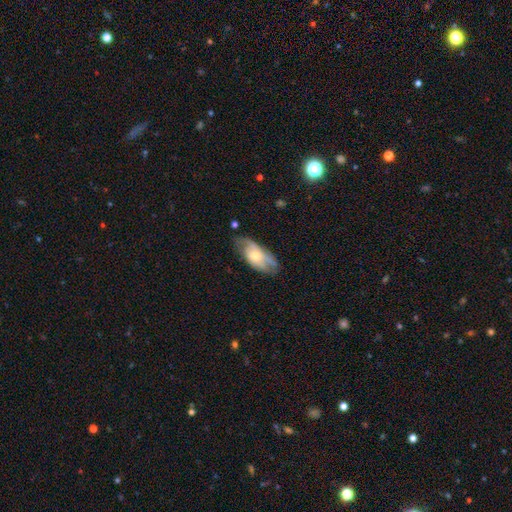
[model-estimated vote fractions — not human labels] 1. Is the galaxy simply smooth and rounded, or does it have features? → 63% featured or disk, 31% smooth, 6% star or artifact.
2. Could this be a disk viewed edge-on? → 88% no, 12% yes.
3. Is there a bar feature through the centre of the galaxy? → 75% no, 21% weak, 4% strong.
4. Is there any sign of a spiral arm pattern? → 79% yes, 21% no.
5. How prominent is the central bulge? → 52% moderate, 42% small, 3% large, 2% none, 1% dominant.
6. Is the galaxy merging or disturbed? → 62% none, 26% minor disturbance, 10% major disturbance, 2% merger.